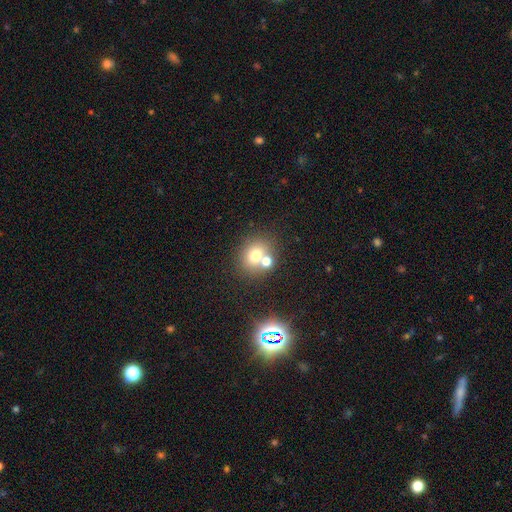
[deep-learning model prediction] Smooth or featured?
  - smooth: 70% *
  - featured or disk: 16%
  - star or artifact: 15%
How rounded?
  - round: 70% *
  - in between: 30%
  - cigar-shaped: 1%
Merging?
  - none: 51% *
  - merger: 37%
  - minor disturbance: 8%
  - major disturbance: 3%